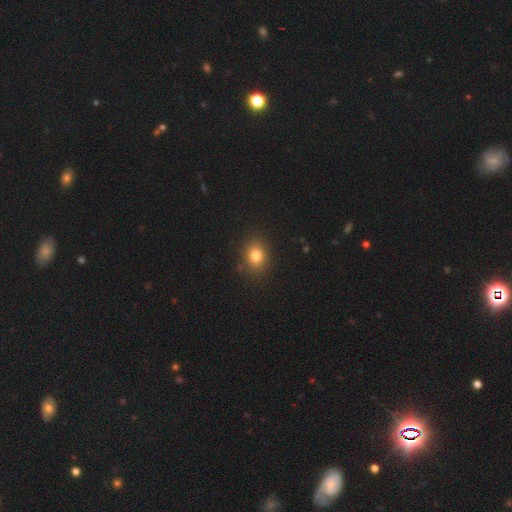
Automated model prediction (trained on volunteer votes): Q: Smooth or featured?
A: smooth (80%); runner-up: star or artifact (12%)
Q: How rounded?
A: in between (50%); runner-up: round (49%)
Q: Merging?
A: none (87%); runner-up: minor disturbance (9%)